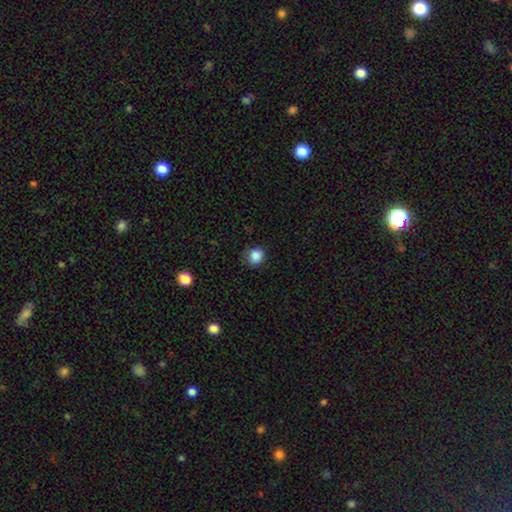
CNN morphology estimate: smooth-or-featured: smooth: 86% | star or artifact: 10% | featured or disk: 3%
  how-rounded: round: 77% | in between: 22% | cigar-shaped: 1%
  merging: none: 79% | minor disturbance: 16% | major disturbance: 4% | merger: 1%